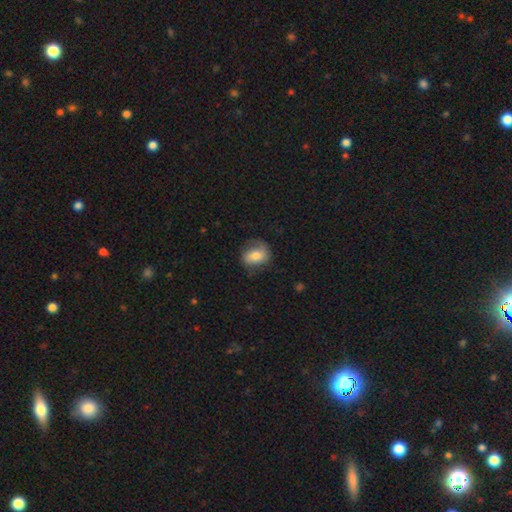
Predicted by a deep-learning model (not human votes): Smooth or featured? smooth (59%)
How rounded? in between (57%)
Merging? none (64%)